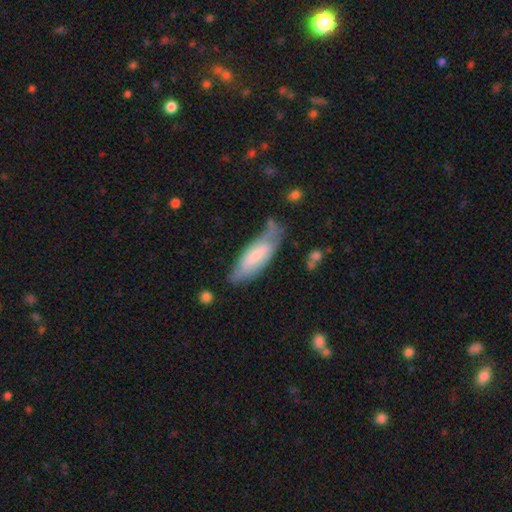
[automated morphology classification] Smooth or featured: smooth — 60% (featured or disk — 34%)
How rounded: in between — 59% (cigar-shaped — 40%)
Merging: none — 54% (minor disturbance — 30%)